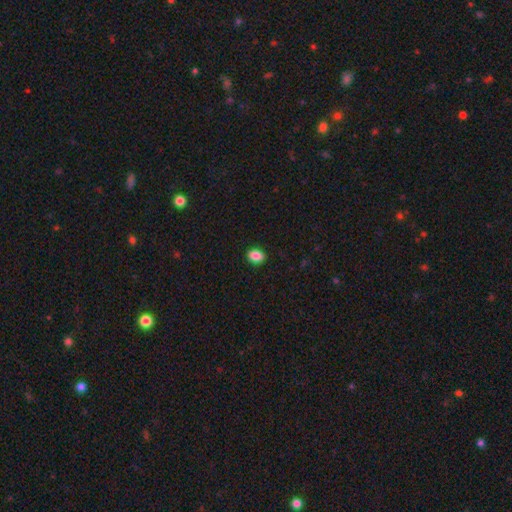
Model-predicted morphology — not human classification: Smooth or featured? Predicted: smooth (p=0.87). How rounded? Predicted: in between (p=0.75). Merging? Predicted: none (p=0.90).